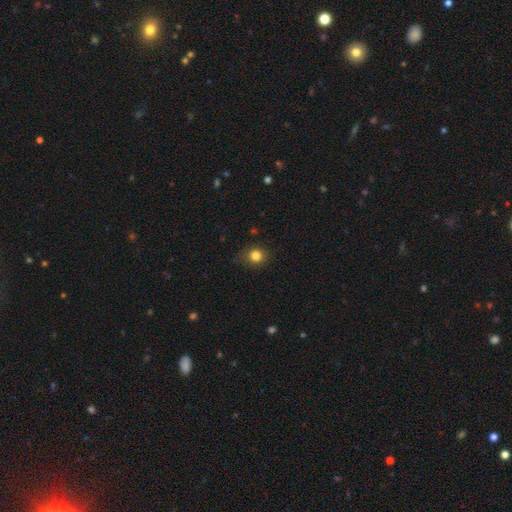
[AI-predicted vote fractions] This is clearly a smooth galaxy (82%). How rounded: clearly round (84%). Merging: likely none (79%).